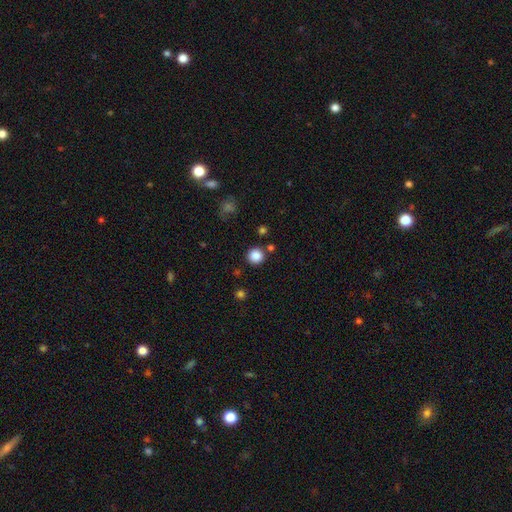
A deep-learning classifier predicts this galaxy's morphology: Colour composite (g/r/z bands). It shows a smooth galaxy with no disk features (86%) that is round (94%). Merging: none (86%).